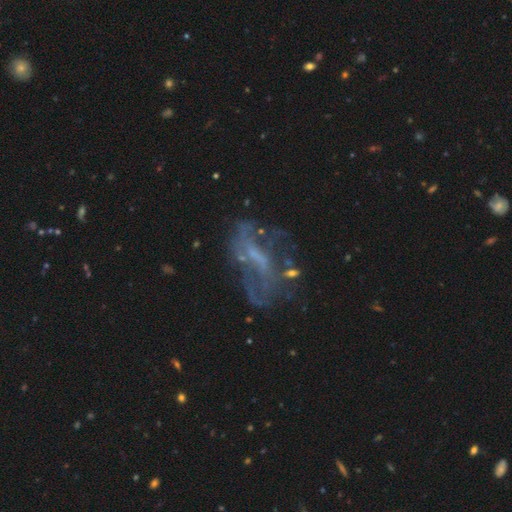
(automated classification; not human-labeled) This appears to be a featured or disk galaxy (69%) with no bar (45%), no spiral arms (59%) and no central bulge (53%). Merging: none (41%).